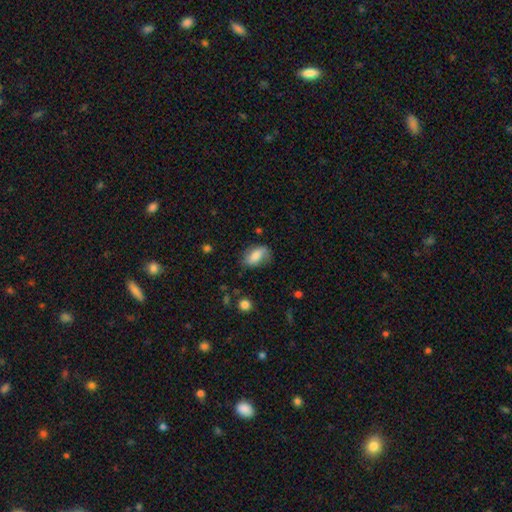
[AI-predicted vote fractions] Morphology: type=smooth (73%); roundness=in between (88%); merging=none (60%).